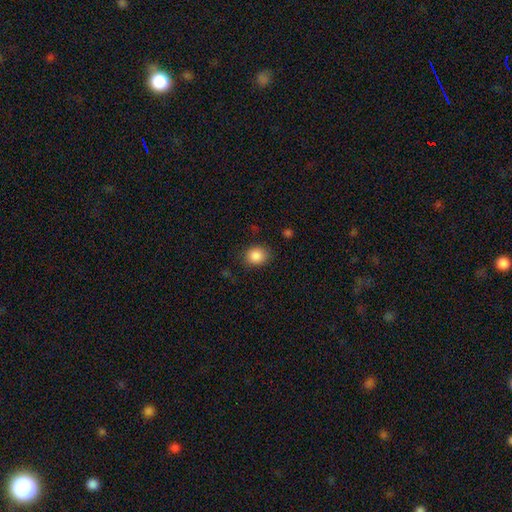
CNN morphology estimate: Smooth or featured? Predicted: smooth (p=0.87). How rounded? Predicted: round (p=0.62). Merging? Predicted: none (p=0.80).